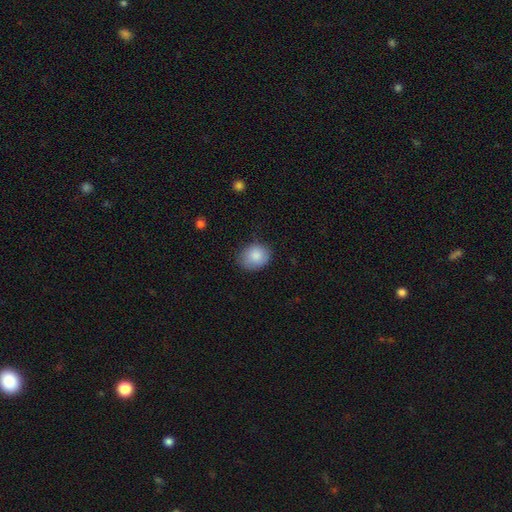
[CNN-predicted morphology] Q: Smooth or featured?
A: smooth (85%); runner-up: star or artifact (8%)
Q: How rounded?
A: round (58%); runner-up: in between (41%)
Q: Merging?
A: none (72%); runner-up: minor disturbance (22%)